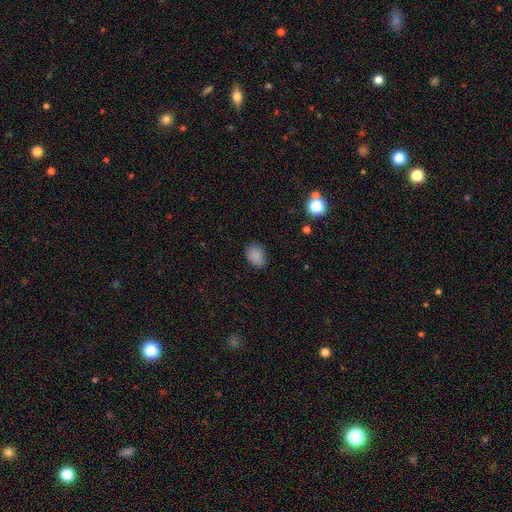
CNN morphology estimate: The model was most divided on "how rounded": in between: 73%, round: 26%, cigar-shaped: 1%. More confident: smooth or featured — smooth (86%); merging — none (80%).